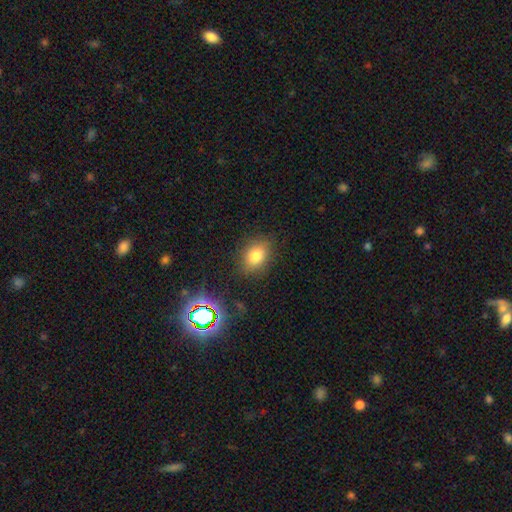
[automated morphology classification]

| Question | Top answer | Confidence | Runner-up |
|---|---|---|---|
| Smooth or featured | smooth | 78% | star or artifact (13%) |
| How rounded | in between | 69% | round (29%) |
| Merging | none | 82% | minor disturbance (12%) |